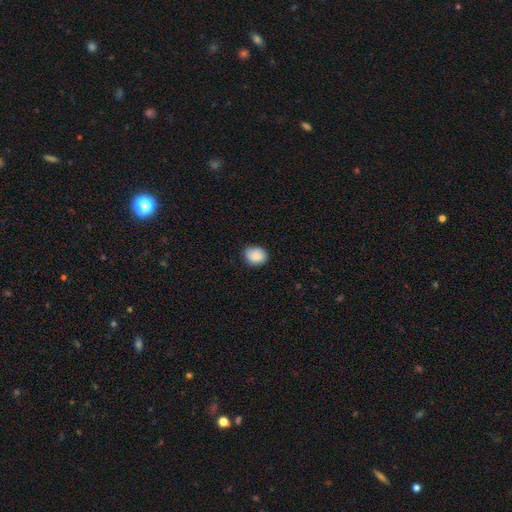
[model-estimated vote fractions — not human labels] The model was most divided on "how rounded": round: 51%, in between: 48%, cigar-shaped: 1%. More confident: smooth or featured — smooth (87%); merging — none (77%).